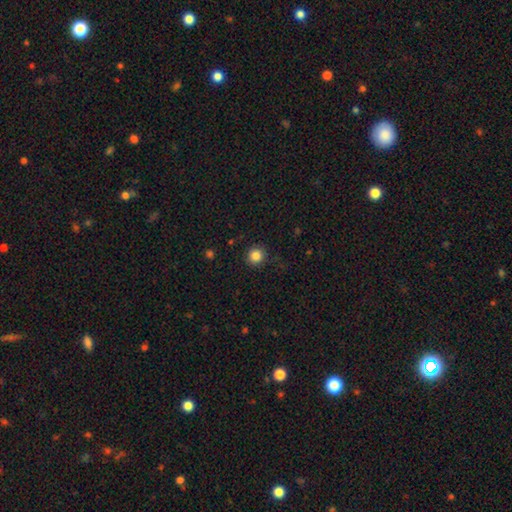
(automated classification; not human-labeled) Smooth or featured? Predicted: smooth (p=0.85). How rounded? Predicted: round (p=0.94). Merging? Predicted: none (p=0.90).